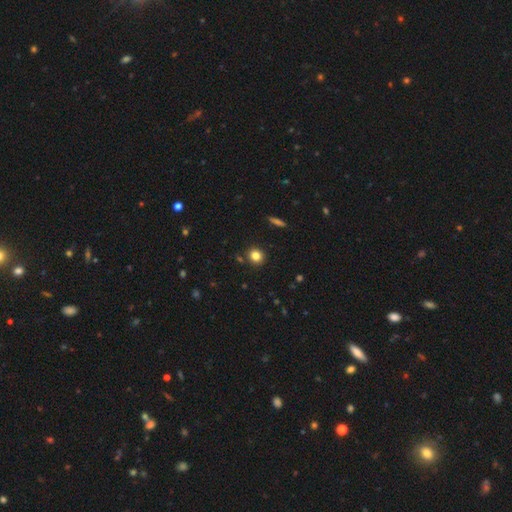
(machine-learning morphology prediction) A smooth galaxy with no disk features (81%) that is round (88%). Merging: none (89%).